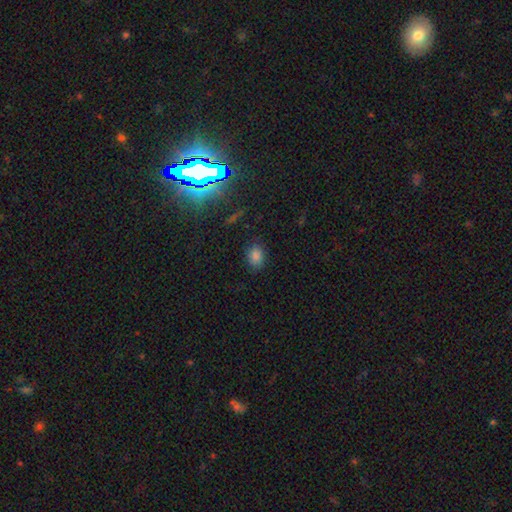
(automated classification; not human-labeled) A smooth galaxy with no disk features (80%) that is in between round and cigar-shaped (65%). Merging: none (81%).